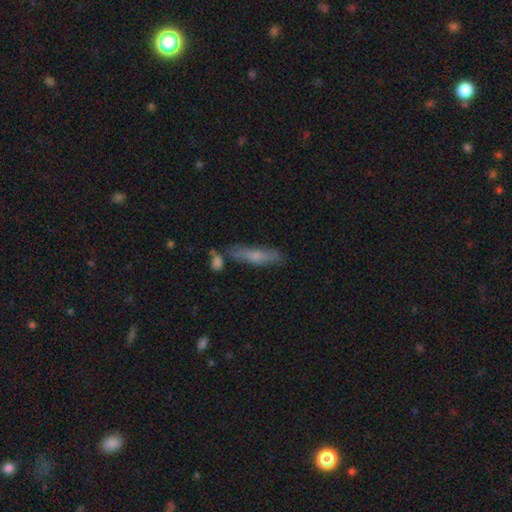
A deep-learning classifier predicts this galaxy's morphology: A smooth galaxy with no disk features (60%) that is cigar-shaped (80%). Merging: none (71%).